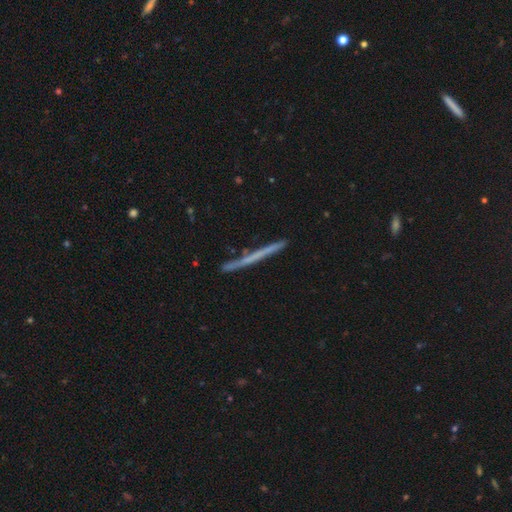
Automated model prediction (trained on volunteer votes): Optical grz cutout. It shows a featured or disk galaxy (52%) viewed edge-on (97%) with no central bulge (91%). Merging: none (88%).